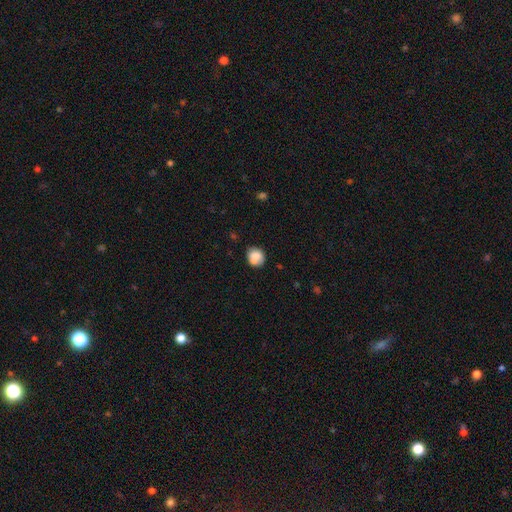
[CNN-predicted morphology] Smooth or featured? smooth (75%)
How rounded? round (69%)
Merging? none (52%)